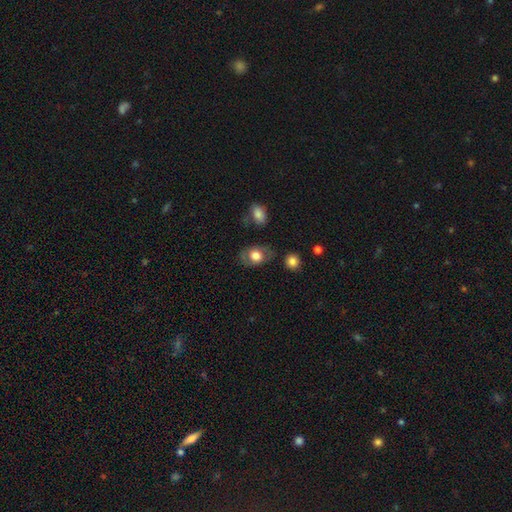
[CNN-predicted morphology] This is likely a smooth galaxy (65%). How rounded: likely in between (72%). Merging: likely none (73%).